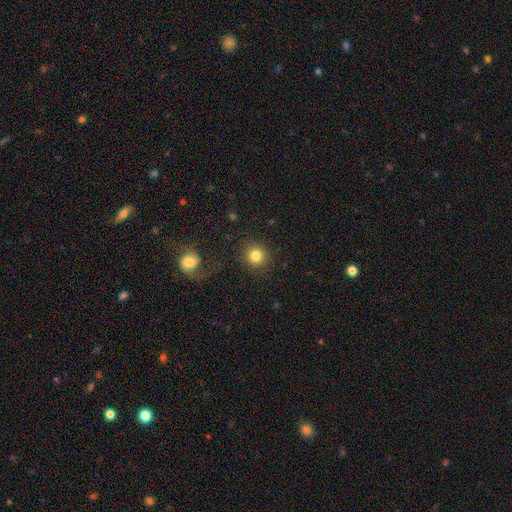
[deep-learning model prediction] The model was most divided on "smooth or featured": smooth: 83%, star or artifact: 10%, featured or disk: 8%. More confident: how rounded — round (90%); merging — none (87%).